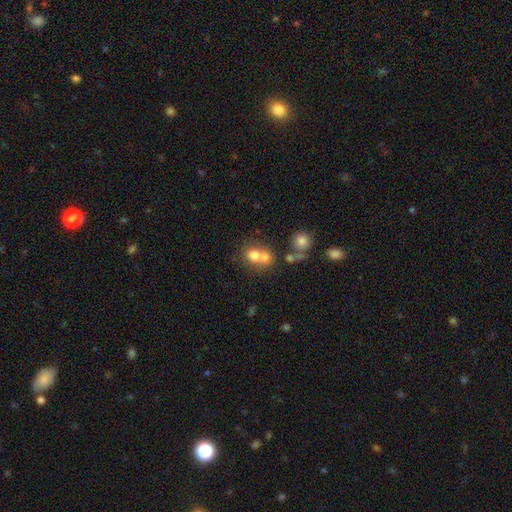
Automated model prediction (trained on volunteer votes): A smooth galaxy with no disk features (70%) that is round (69%). Merging: merger (58%).